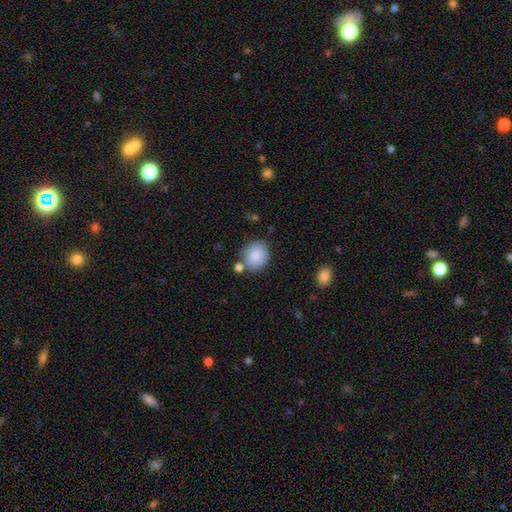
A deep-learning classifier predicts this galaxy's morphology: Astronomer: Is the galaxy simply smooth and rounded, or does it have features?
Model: smooth — 82%.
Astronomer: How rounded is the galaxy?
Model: round — 72%.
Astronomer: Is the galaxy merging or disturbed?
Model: none — 71%.